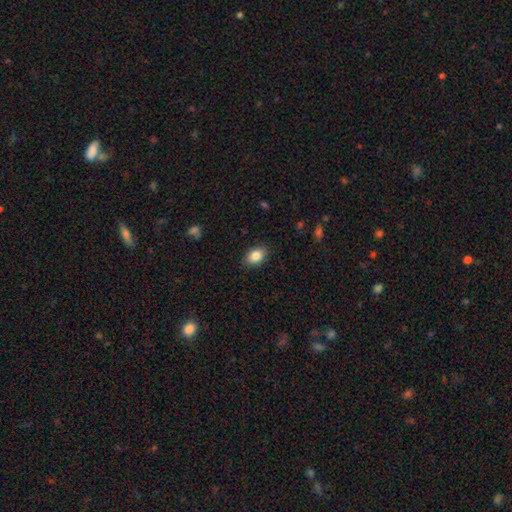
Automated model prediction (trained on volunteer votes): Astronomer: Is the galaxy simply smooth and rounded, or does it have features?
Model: smooth — 85%.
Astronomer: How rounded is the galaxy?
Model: in between — 85%.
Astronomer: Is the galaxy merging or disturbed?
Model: none — 87%.